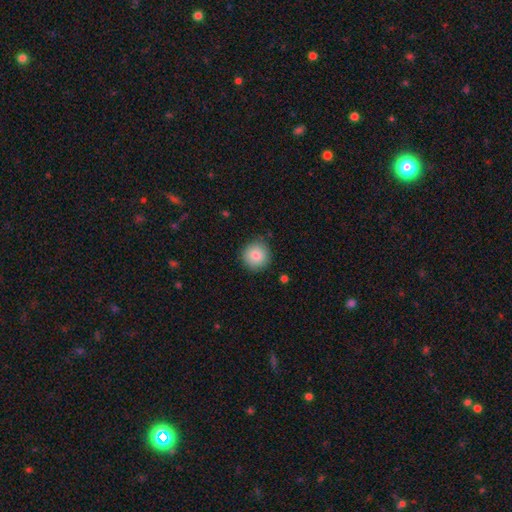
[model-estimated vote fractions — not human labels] Q: Smooth or featured?
A: smooth (85%); runner-up: star or artifact (8%)
Q: How rounded?
A: round (94%); runner-up: in between (5%)
Q: Merging?
A: none (87%); runner-up: minor disturbance (9%)